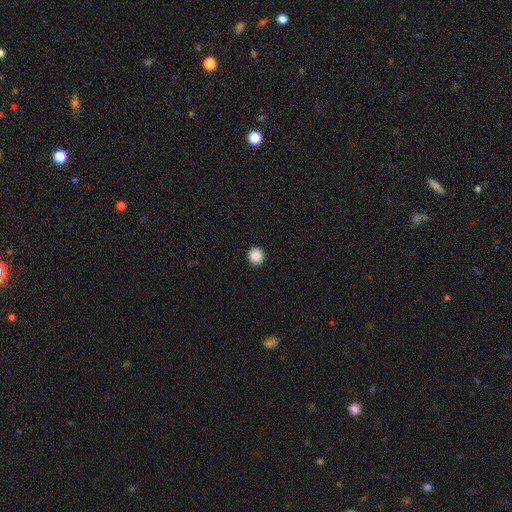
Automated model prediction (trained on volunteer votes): Smooth or featured: smooth — 89% (star or artifact — 9%)
How rounded: round — 86% (in between — 13%)
Merging: none — 92% (minor disturbance — 5%)